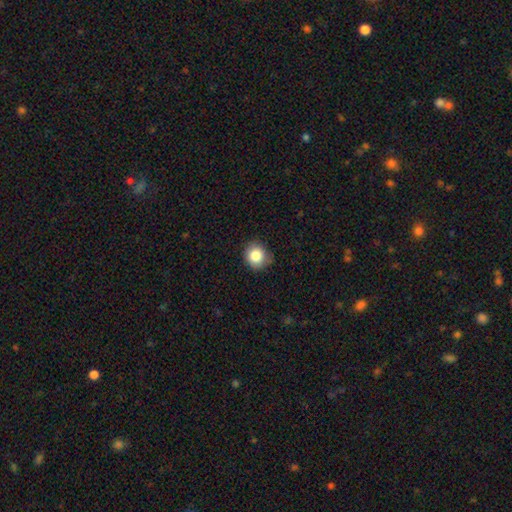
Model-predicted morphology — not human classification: A smooth galaxy with no disk features (85%) that is round (85%).

Vote fractions:
- Smooth or featured? smooth: 85% / star or artifact: 10% / featured or disk: 6%
- How rounded? round: 85% / in between: 14% / cigar-shaped: 1%
- Merging? none: 80% / minor disturbance: 16% / major disturbance: 3% / merger: 1%